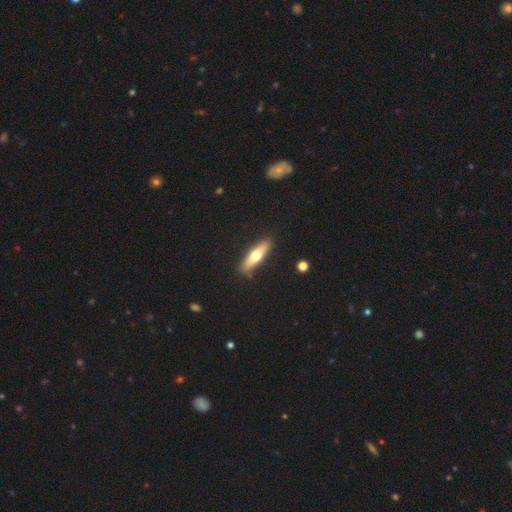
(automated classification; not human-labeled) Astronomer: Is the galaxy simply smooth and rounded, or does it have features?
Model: smooth — 50% (runner-up: featured or disk, 45%).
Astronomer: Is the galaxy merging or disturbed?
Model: none — 89%.